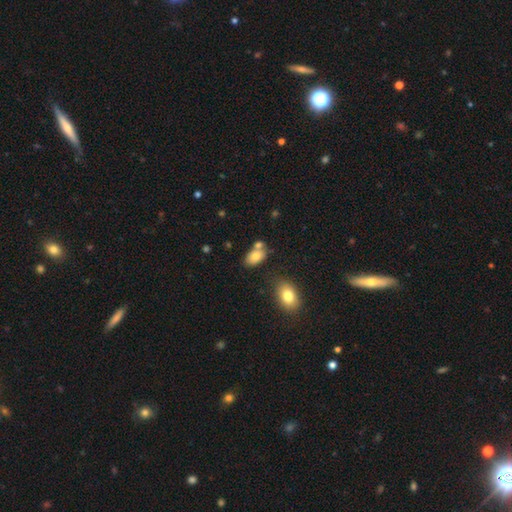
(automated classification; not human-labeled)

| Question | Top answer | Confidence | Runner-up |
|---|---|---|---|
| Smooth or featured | smooth | 78% | featured or disk (13%) |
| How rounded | in between | 89% | round (9%) |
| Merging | none | 57% | merger (23%) |